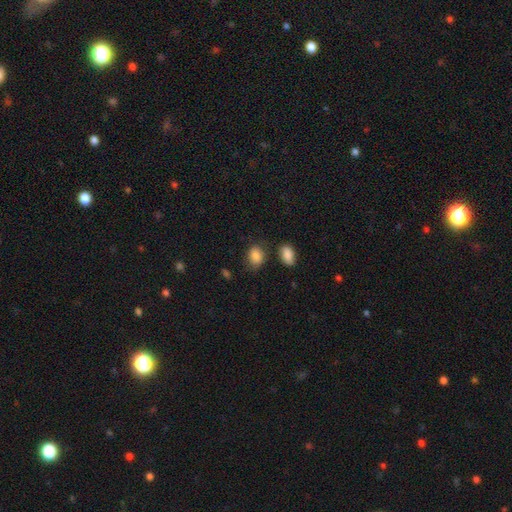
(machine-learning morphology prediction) smooth-or-featured: smooth: 86% | star or artifact: 8% | featured or disk: 5%
  how-rounded: in between: 71% | round: 28% | cigar-shaped: 1%
  merging: none: 73% | minor disturbance: 17% | merger: 6% | major disturbance: 4%